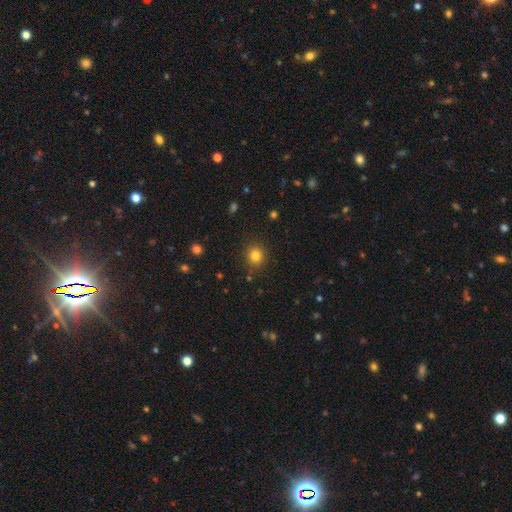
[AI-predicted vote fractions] Q: Smooth or featured?
A: smooth (82%); runner-up: star or artifact (13%)
Q: How rounded?
A: round (87%); runner-up: in between (12%)
Q: Merging?
A: none (88%); runner-up: minor disturbance (7%)